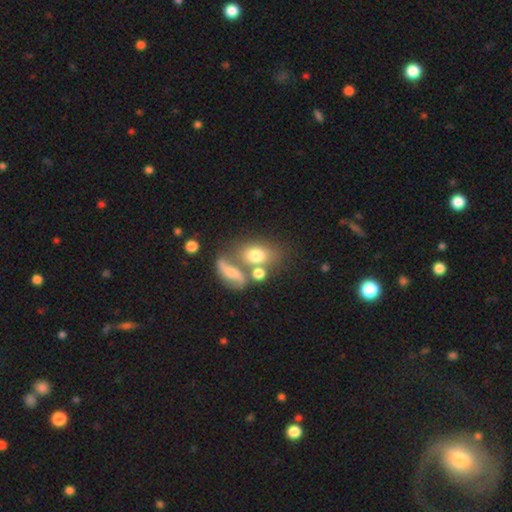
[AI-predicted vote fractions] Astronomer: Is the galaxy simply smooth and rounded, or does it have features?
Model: smooth — 68%.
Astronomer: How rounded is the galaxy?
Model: in between — 68%.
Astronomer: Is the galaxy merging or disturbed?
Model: none — 42% (runner-up: merger, 38%).